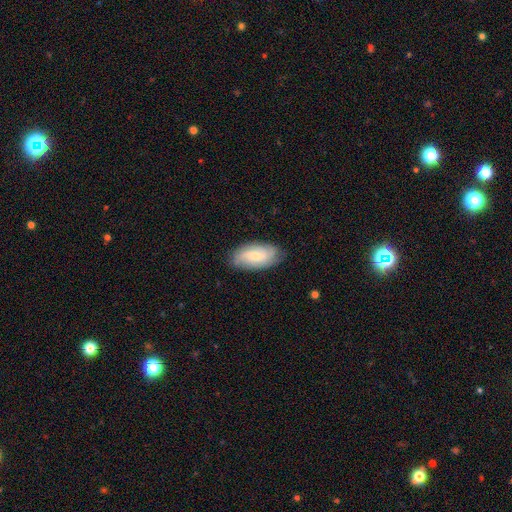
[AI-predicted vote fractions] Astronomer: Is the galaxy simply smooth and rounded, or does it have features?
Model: featured or disk — 53% (runner-up: smooth, 40%).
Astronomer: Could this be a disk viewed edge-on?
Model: no — 93%.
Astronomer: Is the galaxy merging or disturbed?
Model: none — 81%.